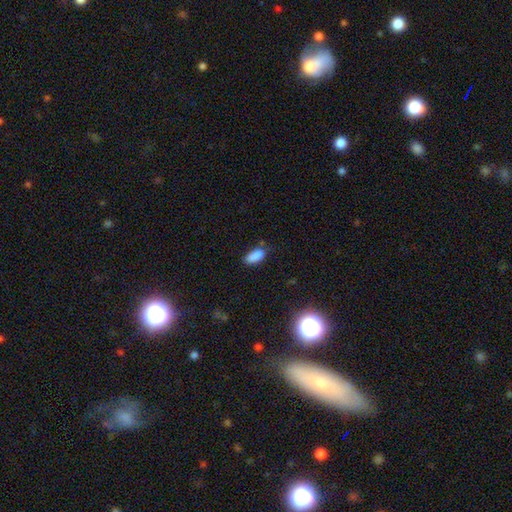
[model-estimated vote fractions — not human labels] smooth 84%, star or artifact 10%, featured or disk 6%. Down the decision tree: how rounded — in between (81%); merging — none (61%).